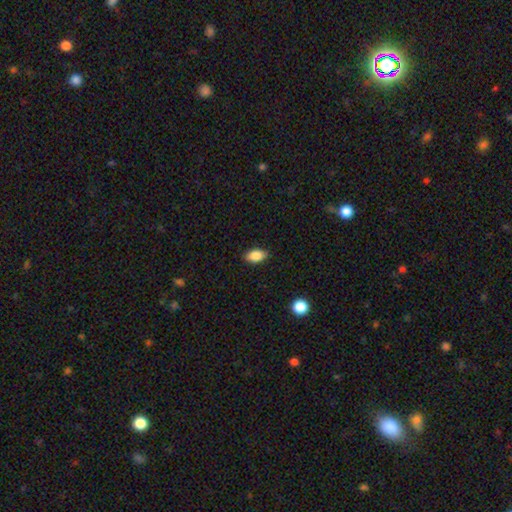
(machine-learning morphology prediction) A smooth galaxy with no disk features (87%) that is in between round and cigar-shaped (90%). Merging: none (86%).